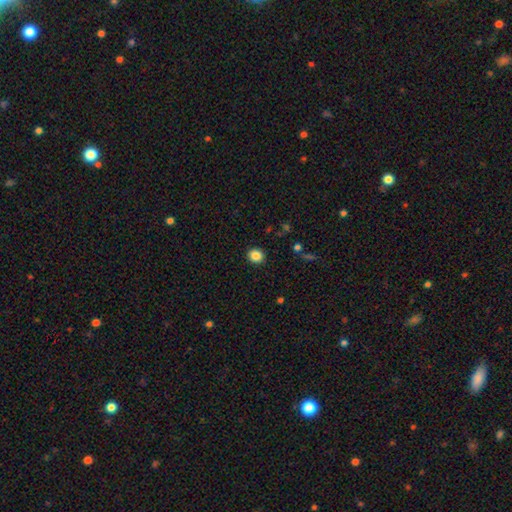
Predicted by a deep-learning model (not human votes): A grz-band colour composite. It shows a smooth galaxy with no disk features (86%) that is round (80%). Merging: none (92%).